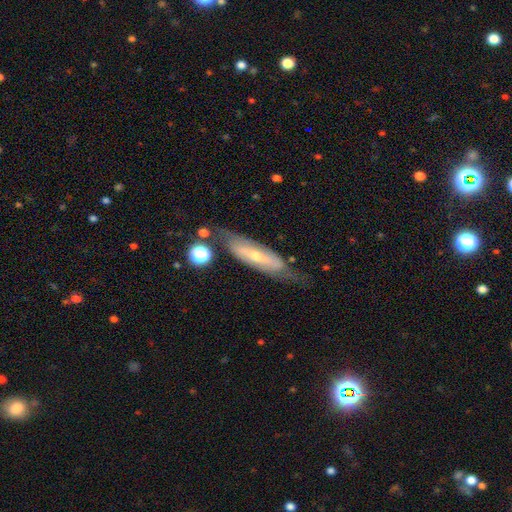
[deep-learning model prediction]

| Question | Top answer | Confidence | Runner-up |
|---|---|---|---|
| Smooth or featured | featured or disk | 69% | smooth (24%) |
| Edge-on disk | no | 68% | yes (32%) |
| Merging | none | 64% | minor disturbance (21%) |